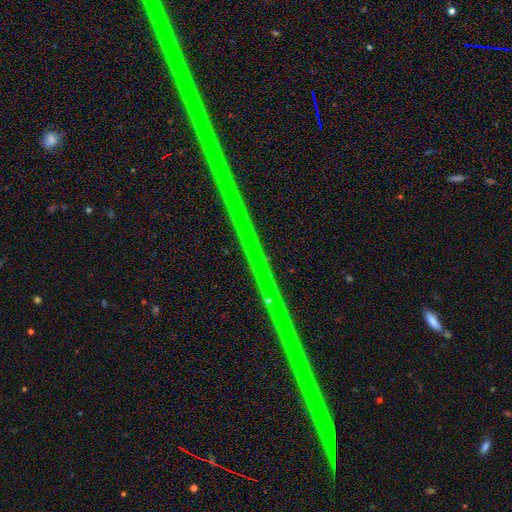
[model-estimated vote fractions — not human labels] star or artifact 89%, featured or disk 8%, smooth 3%.